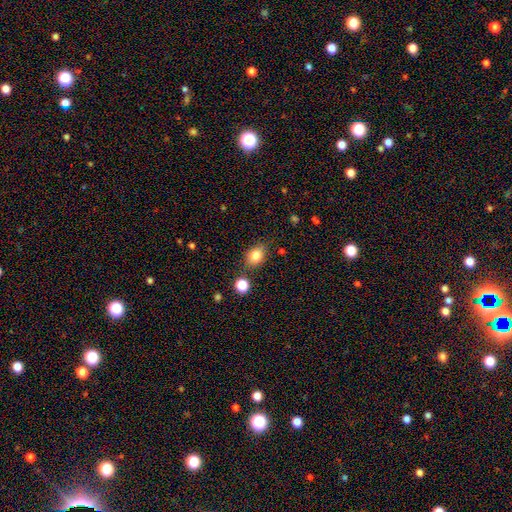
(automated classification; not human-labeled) This appears to be a smooth galaxy with no disk features (81%) that is in between round and cigar-shaped (64%). Merging: none (78%).